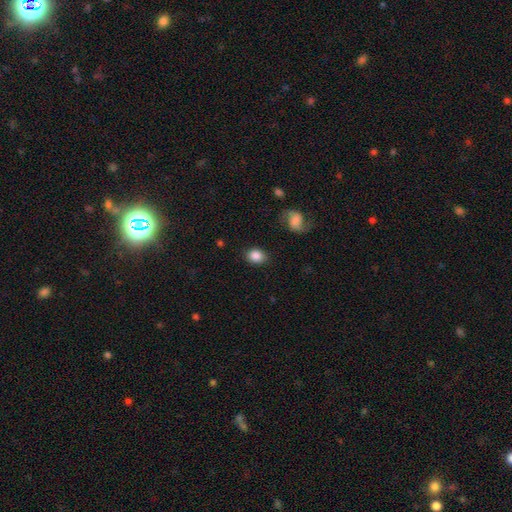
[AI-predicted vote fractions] smooth_or_featured: smooth (p=0.85) [alt: star or artifact p=0.08]
how_rounded: in between (p=0.51) [alt: round p=0.48]
merging: none (p=0.83) [alt: minor disturbance p=0.11]